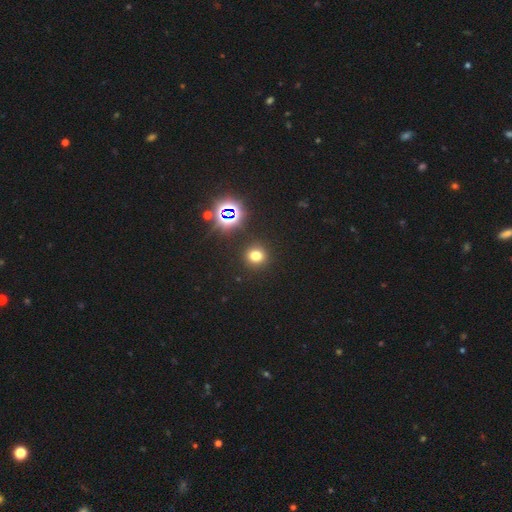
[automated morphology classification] type=smooth (68%); roundness=round (81%); merging=none (90%).